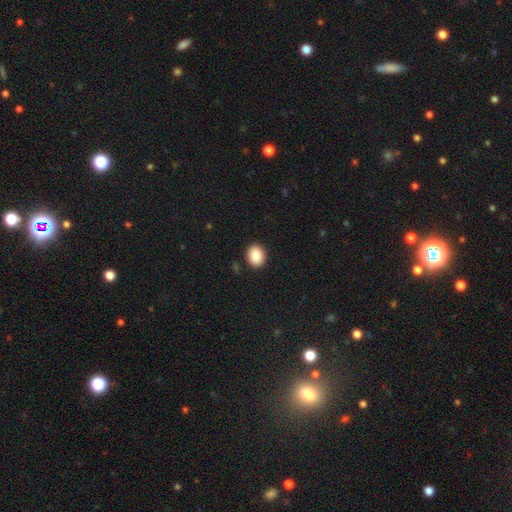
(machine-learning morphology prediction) smooth_or_featured: smooth (p=0.89) [alt: star or artifact p=0.08]
how_rounded: in between (p=0.53) [alt: round p=0.46]
merging: none (p=0.90) [alt: minor disturbance p=0.07]